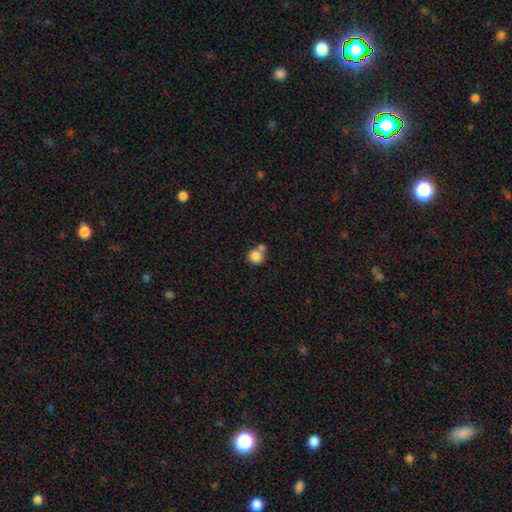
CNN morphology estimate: smooth 84%, star or artifact 9%, featured or disk 7%. Down the decision tree: how rounded — round (90%); merging — none (48%).